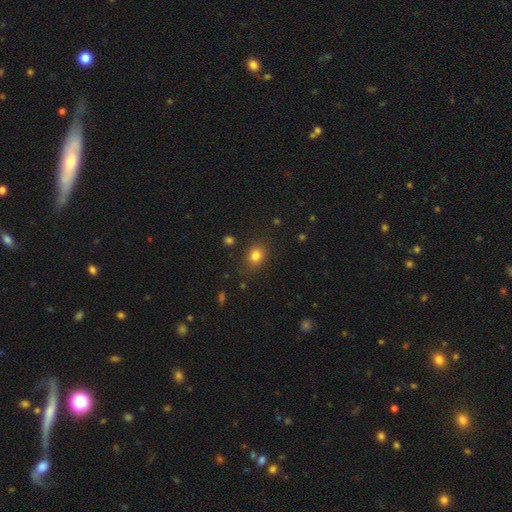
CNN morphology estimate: smooth_or_featured: smooth (p=0.80) [alt: star or artifact p=0.13]
how_rounded: in between (p=0.49) [tied with: round p=0.49]
merging: none (p=0.80) [alt: minor disturbance p=0.14]